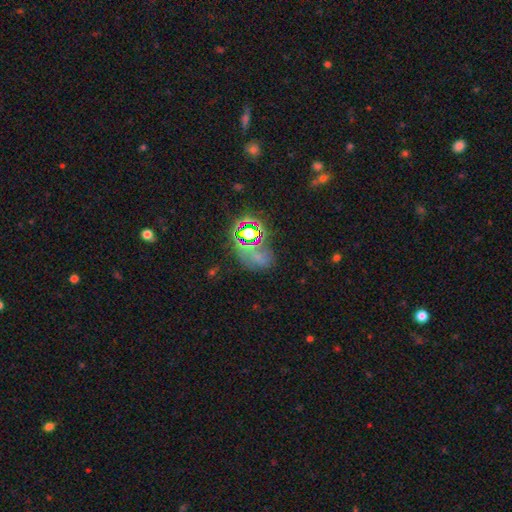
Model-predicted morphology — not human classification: Q: Smooth or featured?
A: star or artifact (60%); runner-up: smooth (27%)